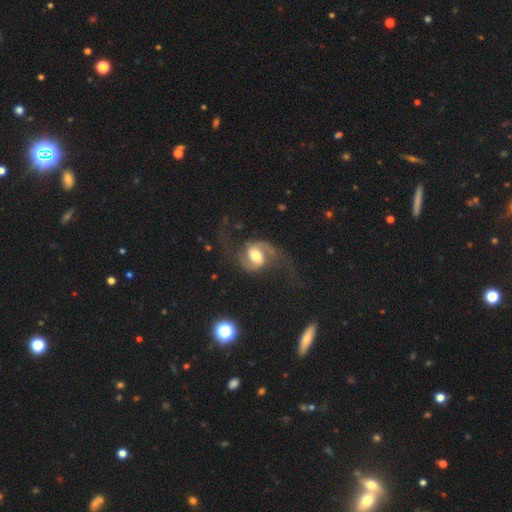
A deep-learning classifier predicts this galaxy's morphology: The model was most divided on "bar": weak: 45%, no: 31%, strong: 24%. More confident: edge-on disk — no (97%); spiral arms — yes (96%); spiral arm count — 2 (93%); smooth or featured — featured or disk (86%); merging — none (65%); bulge size — moderate (56%); spiral winding — loose (54%).